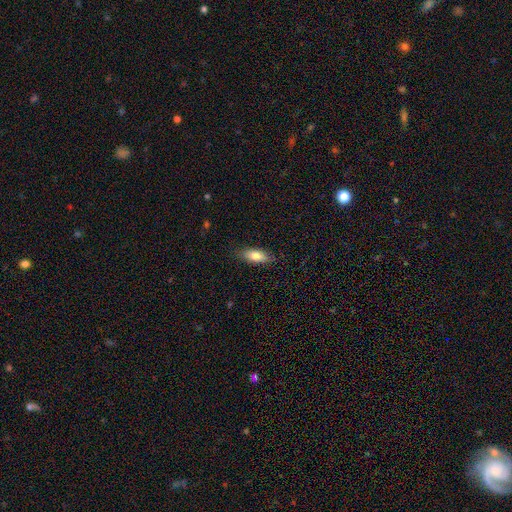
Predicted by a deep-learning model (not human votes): Q: Smooth or featured?
A: smooth (81%); runner-up: featured or disk (13%)
Q: How rounded?
A: in between (72%); runner-up: cigar-shaped (26%)
Q: Merging?
A: none (84%); runner-up: minor disturbance (12%)